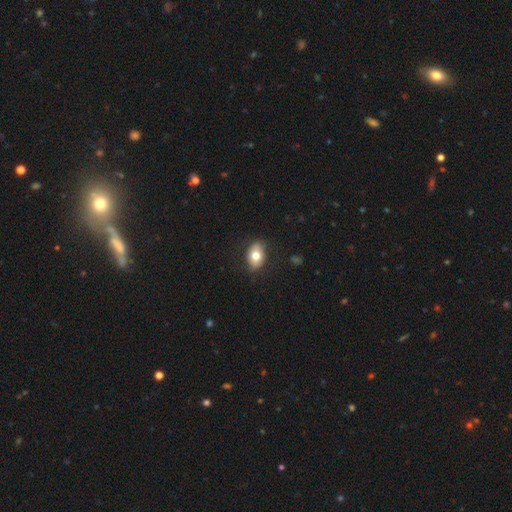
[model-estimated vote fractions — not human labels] This is likely a smooth galaxy (74%). How rounded: clearly in between (81%). Merging: clearly none (82%).